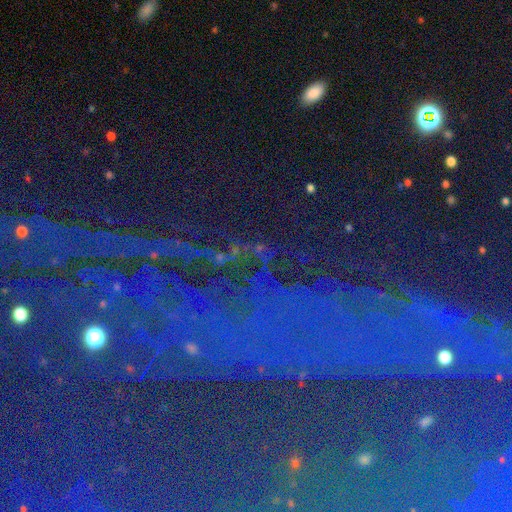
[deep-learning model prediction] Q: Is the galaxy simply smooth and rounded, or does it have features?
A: star or artifact — 84%.